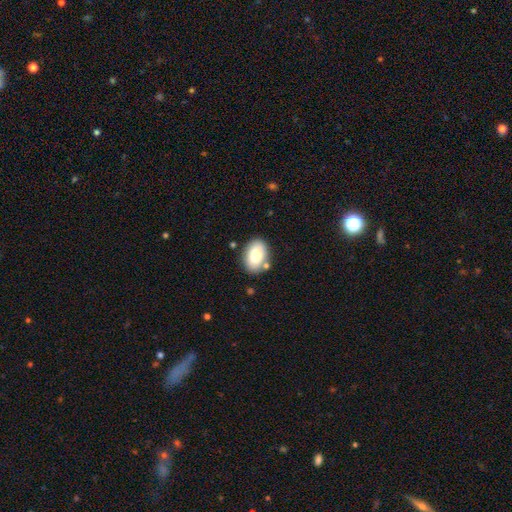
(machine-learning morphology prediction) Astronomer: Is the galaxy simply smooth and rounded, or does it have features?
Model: smooth — 84%.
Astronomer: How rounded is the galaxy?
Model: in between — 88%.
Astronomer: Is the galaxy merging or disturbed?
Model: none — 77%.